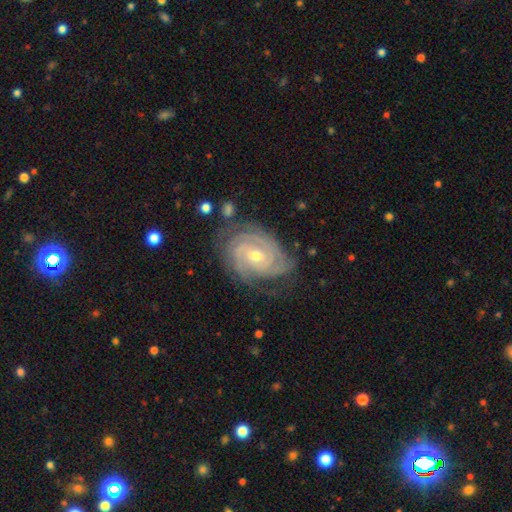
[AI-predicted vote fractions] A featured or disk galaxy (91%) with no bar (48%), 3 (33%) tight (80%) spiral arms (98%) and a small central bulge (51%).

Vote fractions:
- Smooth or featured? featured or disk: 91% / star or artifact: 5% / smooth: 4%
- Edge-on disk? no: 97% / yes: 3%
- Bar? no: 48% / weak: 40% / strong: 12%
- Spiral arms? yes: 98% / no: 2%
- Spiral winding? tight: 80% / medium: 17% / loose: 2%
- Spiral arm count? 3: 33% / 2: 21% / 4: 18% / can't tell: 17% / more than 4: 5% / 1: 5%
- Bulge size? small: 51% / moderate: 47% / large: 1% / none: 1% / dominant: 1%
- Merging? none: 73% / minor disturbance: 19% / major disturbance: 6% / merger: 2%